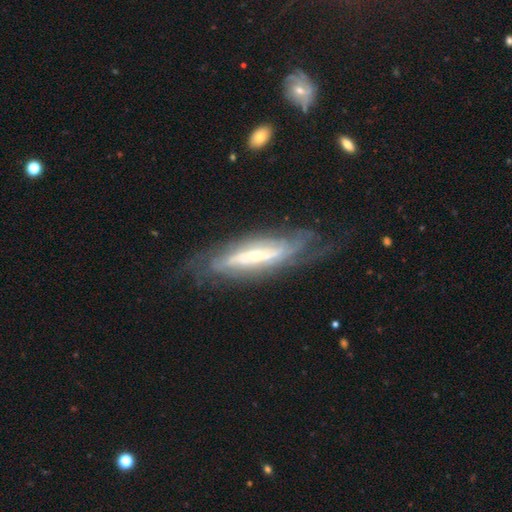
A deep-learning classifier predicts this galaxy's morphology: A featured or disk galaxy (82%) with a strong bar (36%), spiral arms (88%) and a small central bulge (54%). Merging: none (64%).